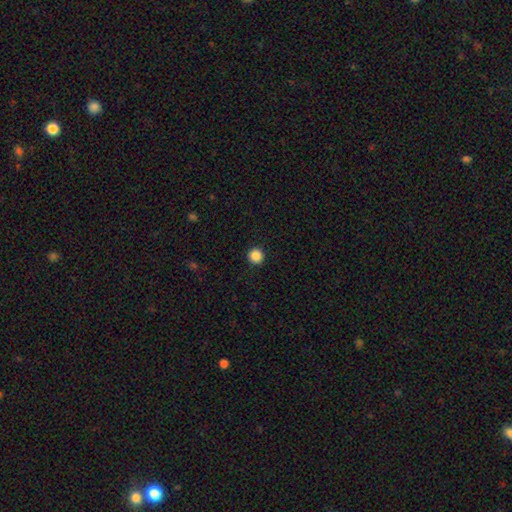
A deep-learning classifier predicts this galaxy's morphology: Smooth or featured: smooth — 87% (star or artifact — 10%)
How rounded: round — 95% (in between — 4%)
Merging: none — 93% (minor disturbance — 4%)